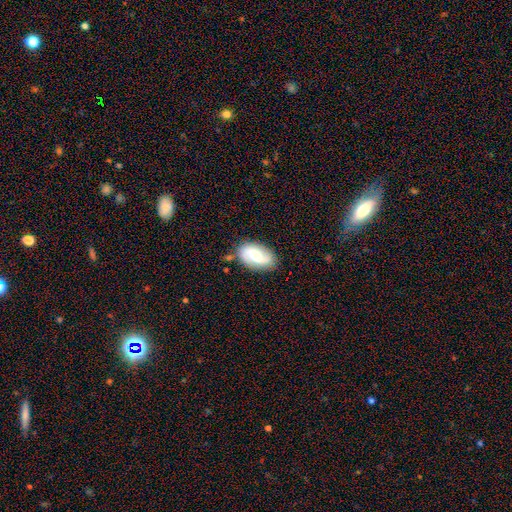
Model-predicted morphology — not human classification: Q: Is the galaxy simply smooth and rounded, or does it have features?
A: featured or disk — 71%.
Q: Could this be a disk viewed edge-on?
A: no — 97%.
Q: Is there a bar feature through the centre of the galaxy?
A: weak — 50%.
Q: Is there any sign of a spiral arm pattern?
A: yes — 92%.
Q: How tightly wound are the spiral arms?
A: loose — 46%.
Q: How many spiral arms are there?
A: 2 — 88%.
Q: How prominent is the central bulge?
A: moderate — 63%.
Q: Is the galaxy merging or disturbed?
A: none — 80%.